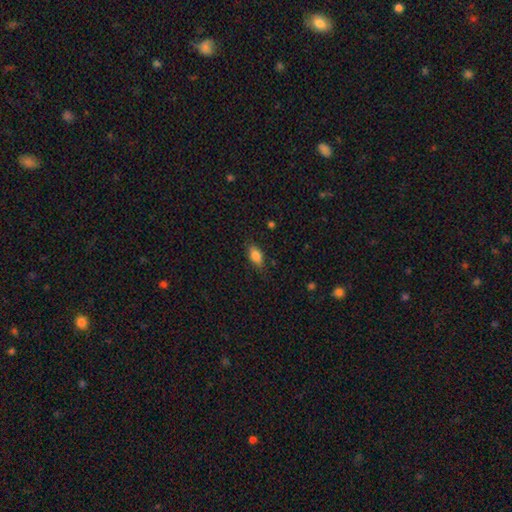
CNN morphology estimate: This appears to be a smooth galaxy with no disk features (83%) that is in between round and cigar-shaped (86%). Merging: none (80%).